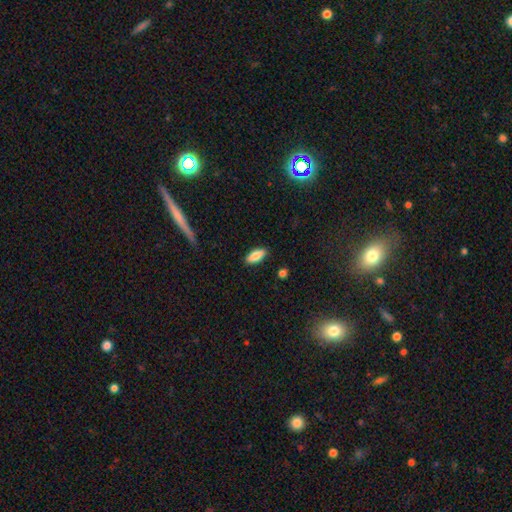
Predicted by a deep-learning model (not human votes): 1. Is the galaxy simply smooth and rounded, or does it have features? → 82% smooth, 12% featured or disk, 7% star or artifact.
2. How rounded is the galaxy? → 78% in between, 20% cigar-shaped, 2% round.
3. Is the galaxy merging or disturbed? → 88% none, 9% minor disturbance, 2% major disturbance, 1% merger.